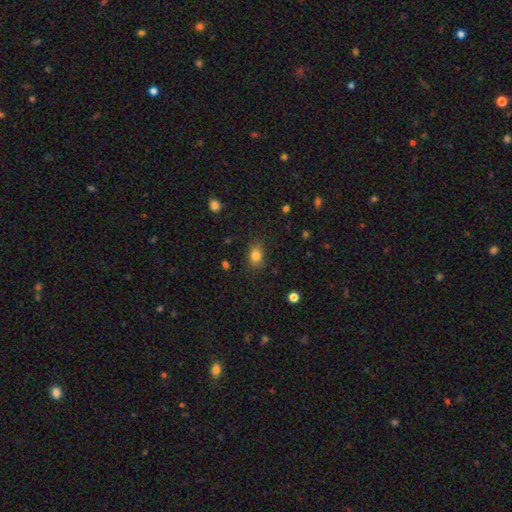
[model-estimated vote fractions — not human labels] smooth 82%, star or artifact 11%, featured or disk 7%. Down the decision tree: how rounded — in between (67%); merging — none (73%).